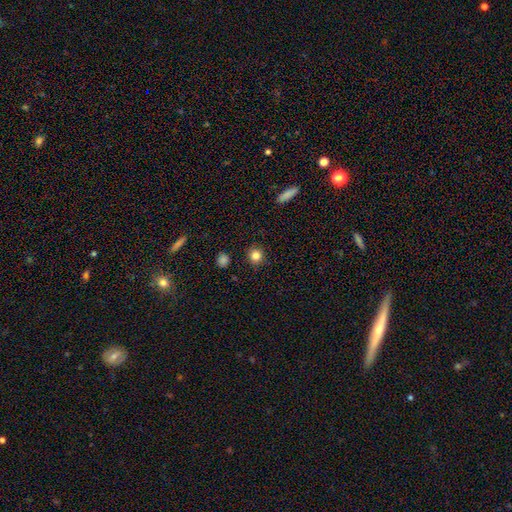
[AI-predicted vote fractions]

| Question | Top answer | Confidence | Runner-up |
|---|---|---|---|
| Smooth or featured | smooth | 83% | star or artifact (12%) |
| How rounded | round | 91% | in between (8%) |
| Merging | none | 90% | minor disturbance (7%) |